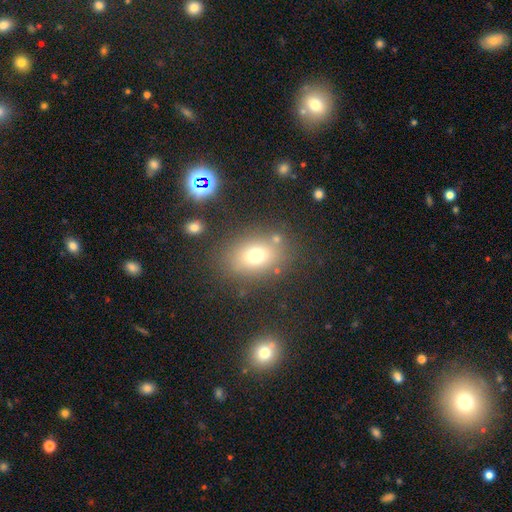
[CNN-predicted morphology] smooth-or-featured: smooth: 72% | star or artifact: 16% | featured or disk: 13%
  how-rounded: in between: 63% | round: 35% | cigar-shaped: 1%
  merging: none: 78% | minor disturbance: 12% | merger: 6% | major disturbance: 5%